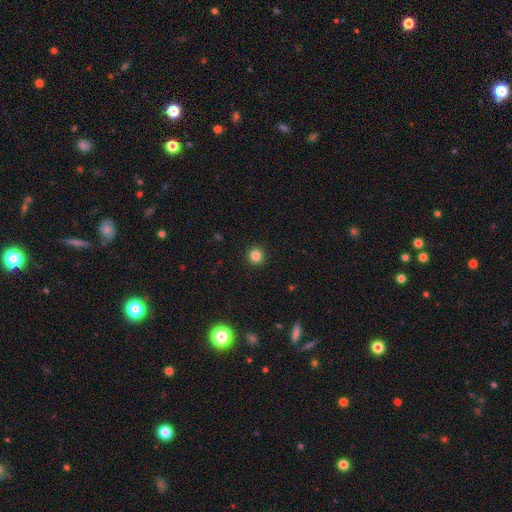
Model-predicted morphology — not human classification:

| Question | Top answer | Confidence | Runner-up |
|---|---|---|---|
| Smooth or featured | smooth | 84% | star or artifact (12%) |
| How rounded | round | 95% | in between (4%) |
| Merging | none | 93% | minor disturbance (4%) |